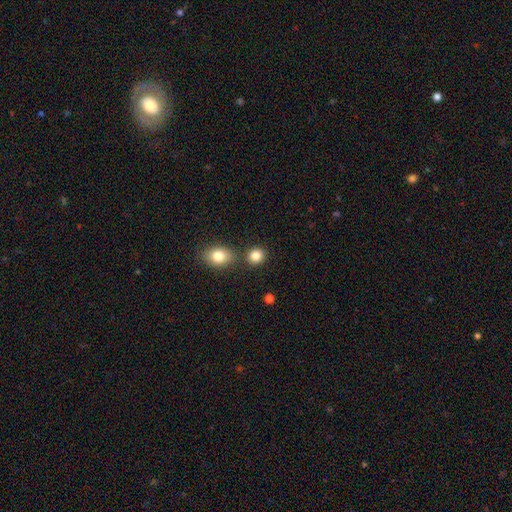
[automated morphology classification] The model was most divided on "how rounded": round: 77%, in between: 22%, cigar-shaped: 1%. More confident: smooth or featured — smooth (84%); merging — none (77%).